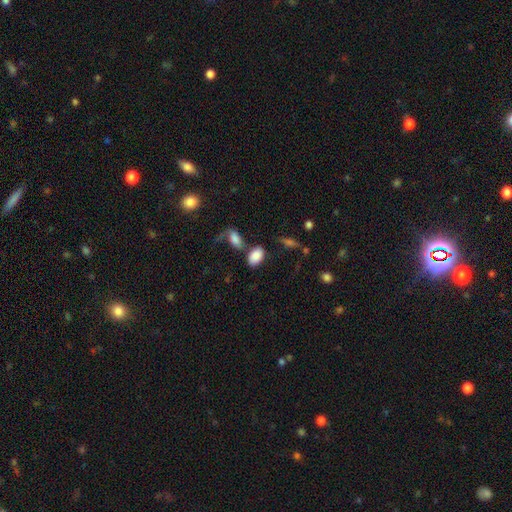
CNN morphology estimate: smooth_or_featured: smooth (p=0.84) [alt: star or artifact p=0.08]
how_rounded: in between (p=0.91) [alt: round p=0.07]
merging: none (p=0.57) [alt: merger p=0.21]